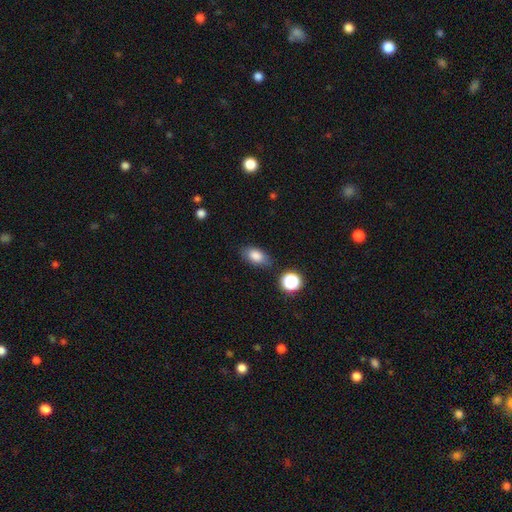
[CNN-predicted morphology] This is clearly a smooth galaxy (82%). How rounded: clearly in between (88%). Merging: likely none (79%).